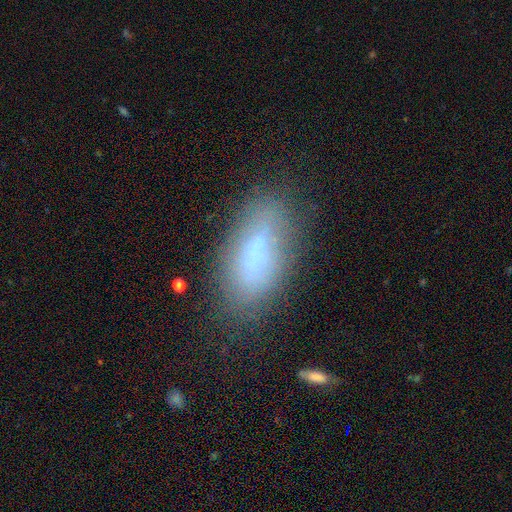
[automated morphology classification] type=smooth (72%); roundness=in between (83%); merging=none (73%).